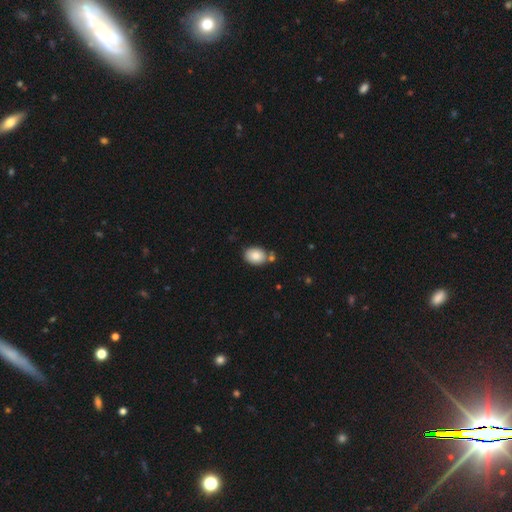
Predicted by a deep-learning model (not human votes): smooth 86%, star or artifact 8%, featured or disk 7%. Down the decision tree: how rounded — in between (71%); merging — none (70%).